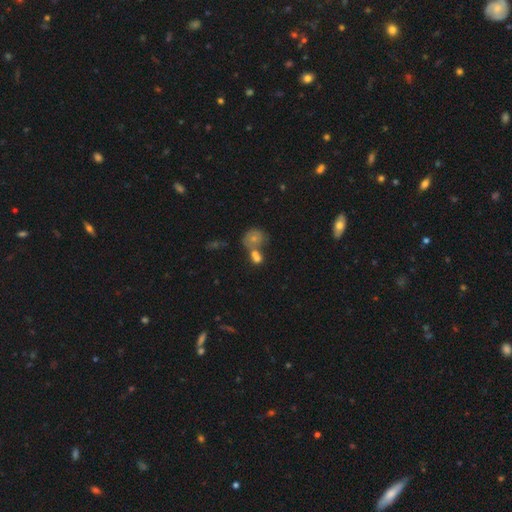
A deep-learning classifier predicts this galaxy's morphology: Smooth or featured? smooth (63%)
How rounded? round (64%)
Merging? merger (49%)